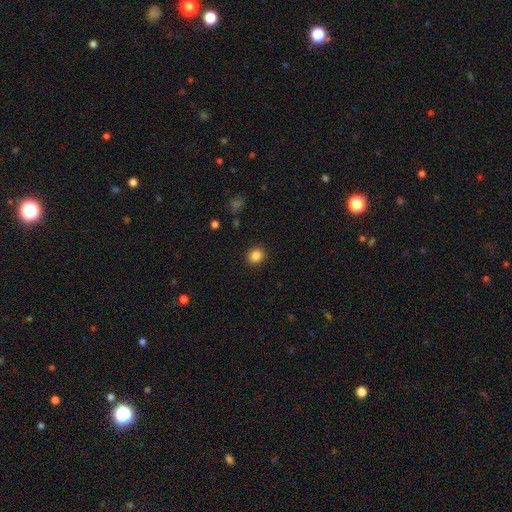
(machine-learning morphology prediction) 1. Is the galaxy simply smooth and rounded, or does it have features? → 86% smooth, 11% star or artifact, 4% featured or disk.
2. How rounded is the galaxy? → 82% round, 17% in between, 1% cigar-shaped.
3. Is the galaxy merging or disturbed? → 91% none, 6% minor disturbance, 2% major disturbance, 1% merger.